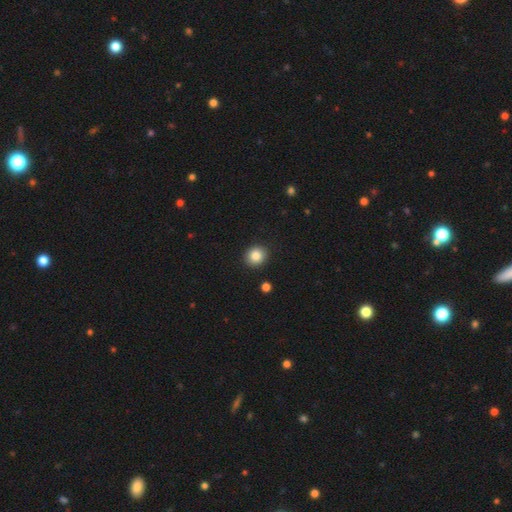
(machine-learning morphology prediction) smooth-or-featured: smooth: 86% | star or artifact: 9% | featured or disk: 5%
  how-rounded: round: 86% | in between: 13% | cigar-shaped: 1%
  merging: none: 91% | minor disturbance: 6% | major disturbance: 2% | merger: 1%